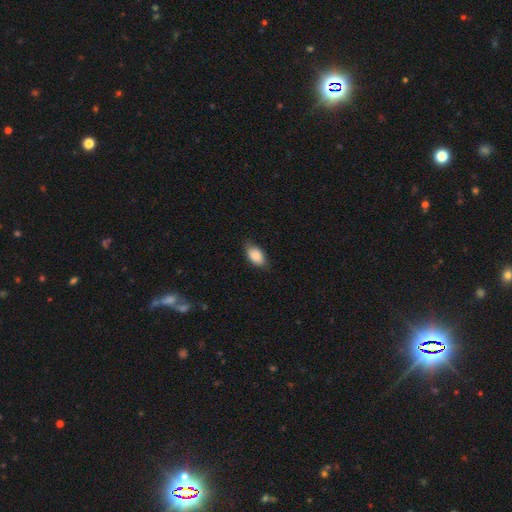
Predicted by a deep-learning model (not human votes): This appears to be a smooth galaxy with no disk features (86%) that is in between round and cigar-shaped (91%). Merging: none (77%).